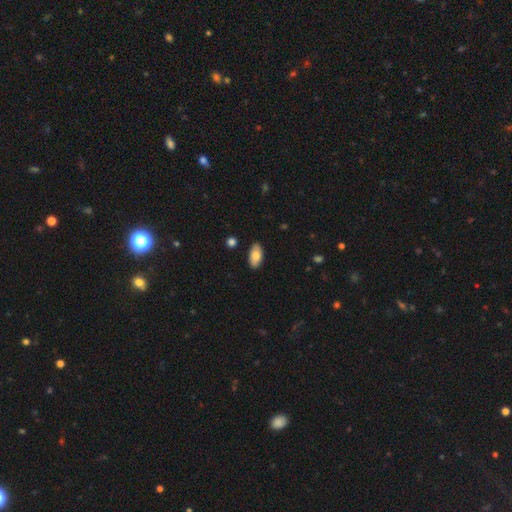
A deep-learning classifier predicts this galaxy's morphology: Smooth or featured? Predicted: smooth (p=0.80). How rounded? Predicted: in between (p=0.94). Merging? Predicted: none (p=0.88).